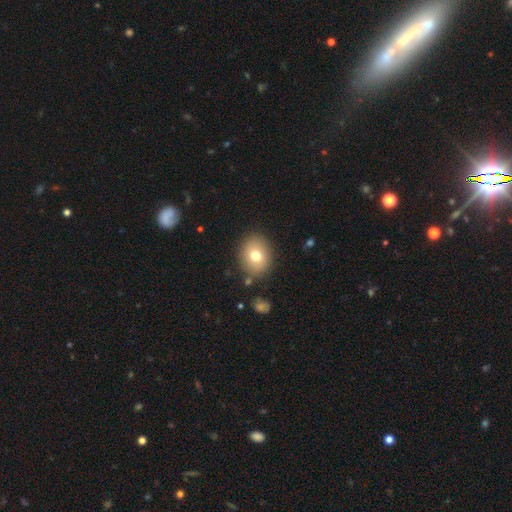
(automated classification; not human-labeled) A smooth galaxy with no disk features (74%) that is round (58%). Merging: none (85%).